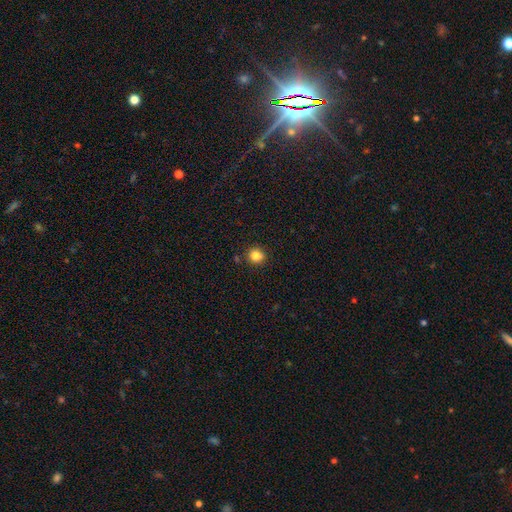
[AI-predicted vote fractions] smooth-or-featured: smooth: 85% | star or artifact: 11% | featured or disk: 4%
  how-rounded: round: 86% | in between: 14% | cigar-shaped: 1%
  merging: none: 88% | minor disturbance: 7% | merger: 3% | major disturbance: 2%